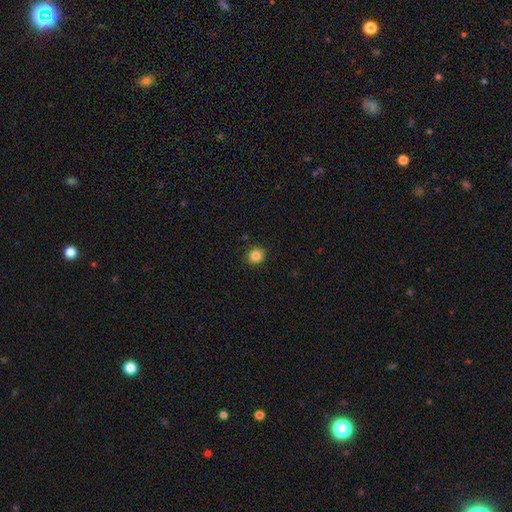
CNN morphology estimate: Smooth or featured? smooth (84%)
How rounded? round (84%)
Merging? none (90%)